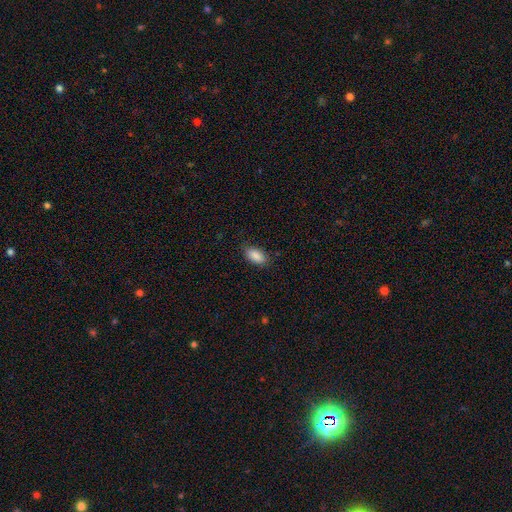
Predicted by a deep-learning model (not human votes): Smooth or featured? smooth (88%)
How rounded? in between (92%)
Merging? none (82%)